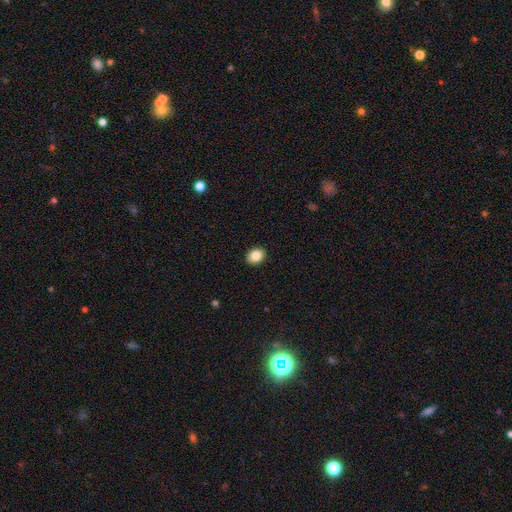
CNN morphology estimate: type=smooth (85%); roundness=in between (57%); merging=none (91%).